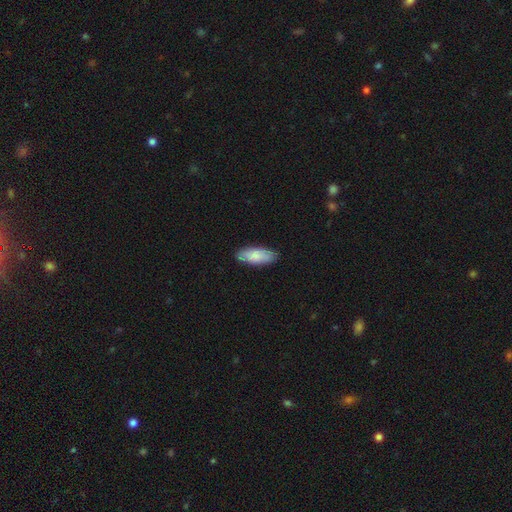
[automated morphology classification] The model was most divided on "smooth or featured": smooth: 78%, featured or disk: 17%, star or artifact: 6%. More confident: merging — none (81%); how rounded — in between (80%).